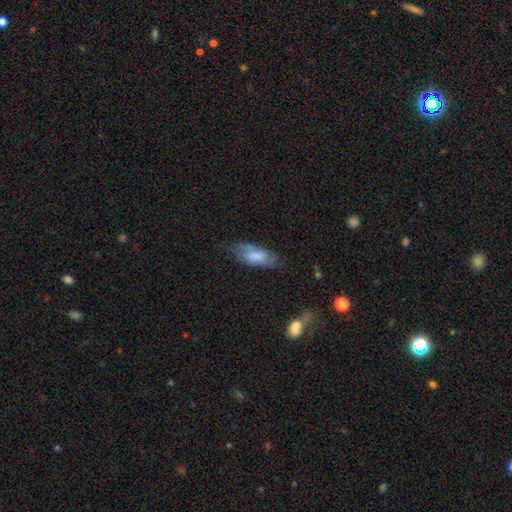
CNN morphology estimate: This appears to be a smooth galaxy with no disk features (53%) that is in between round and cigar-shaped (82%). Merging: none (56%).